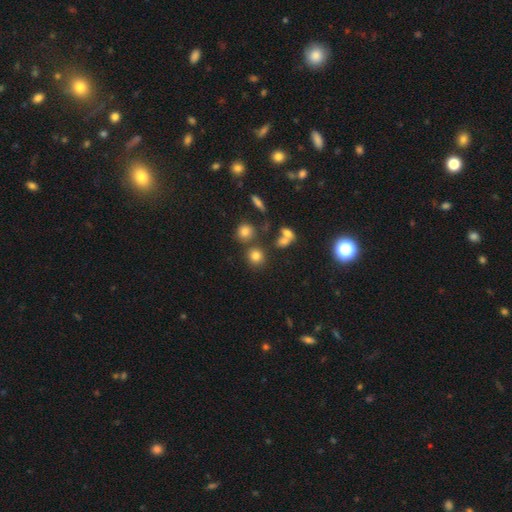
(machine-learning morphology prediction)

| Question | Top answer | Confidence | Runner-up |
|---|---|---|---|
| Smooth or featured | smooth | 77% | star or artifact (15%) |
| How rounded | round | 86% | in between (13%) |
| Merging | none | 72% | merger (15%) |